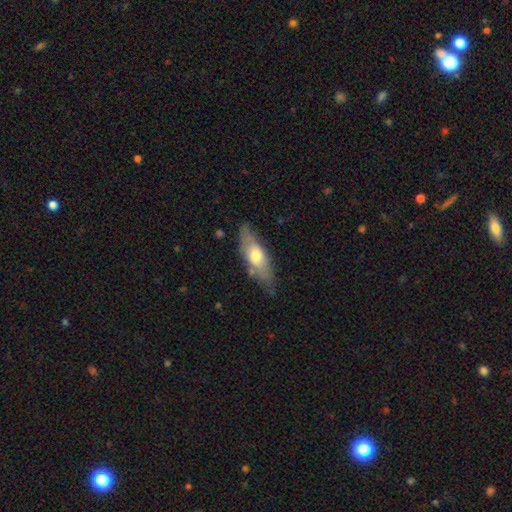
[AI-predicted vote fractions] Smooth or featured: smooth — 55% (featured or disk — 40%)
How rounded: in between — 59% (cigar-shaped — 38%)
Merging: none — 73% (minor disturbance — 20%)